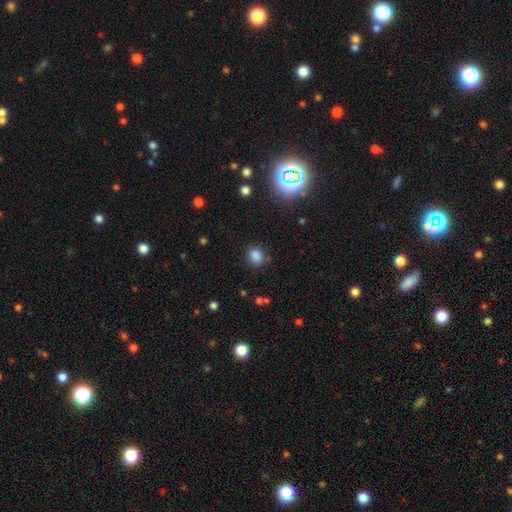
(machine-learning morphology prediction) smooth_or_featured: smooth (p=0.82) [alt: star or artifact p=0.14]
how_rounded: round (p=0.55) [alt: in between p=0.44]
merging: none (p=0.79) [alt: minor disturbance p=0.14]